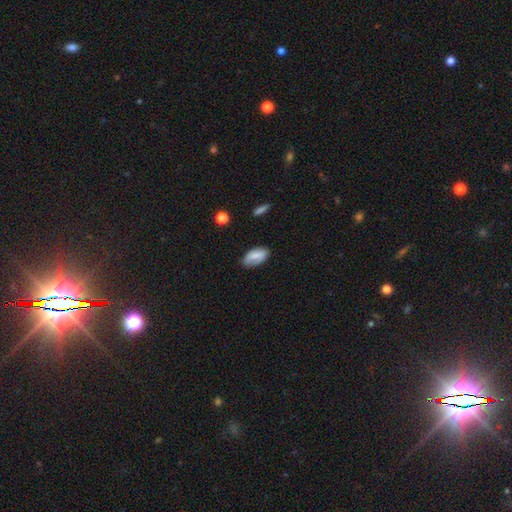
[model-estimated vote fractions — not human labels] smooth-or-featured: smooth: 76% | featured or disk: 17% | star or artifact: 7%
  how-rounded: in between: 93% | cigar-shaped: 4% | round: 3%
  merging: none: 76% | minor disturbance: 19% | major disturbance: 4% | merger: 2%